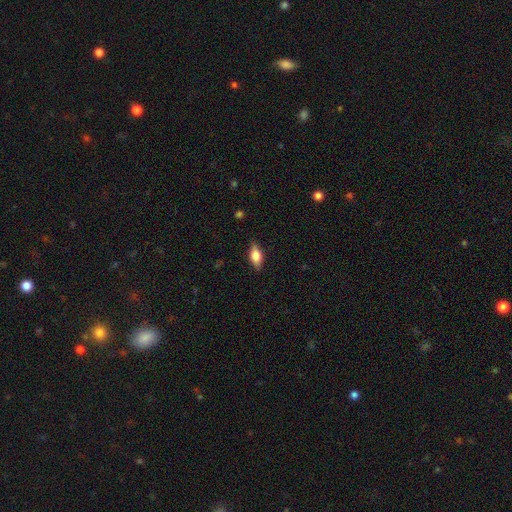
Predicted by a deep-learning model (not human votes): Overall: smooth (63%; featured or disk 29%). How rounded: in between (82%). Merging: none (82%).